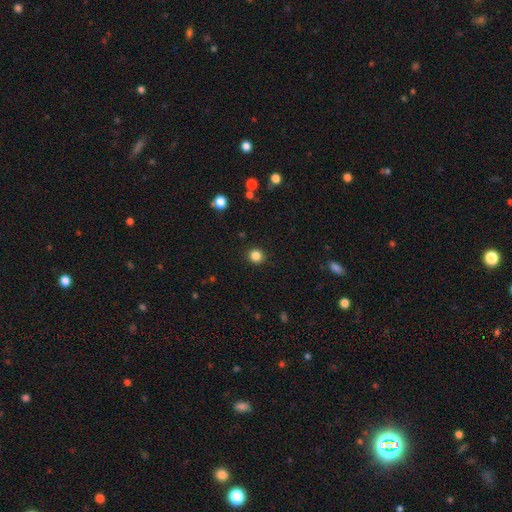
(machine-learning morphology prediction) Smooth or featured? smooth (84%)
How rounded? round (93%)
Merging? none (92%)